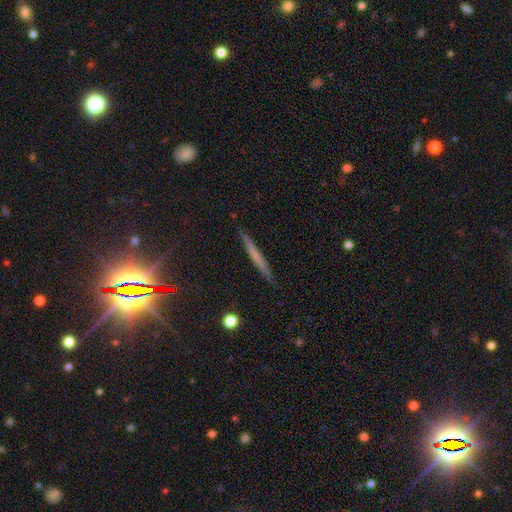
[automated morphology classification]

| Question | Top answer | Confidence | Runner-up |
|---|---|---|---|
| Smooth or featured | smooth | 48% | featured or disk (41%) |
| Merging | none | 89% | minor disturbance (8%) |